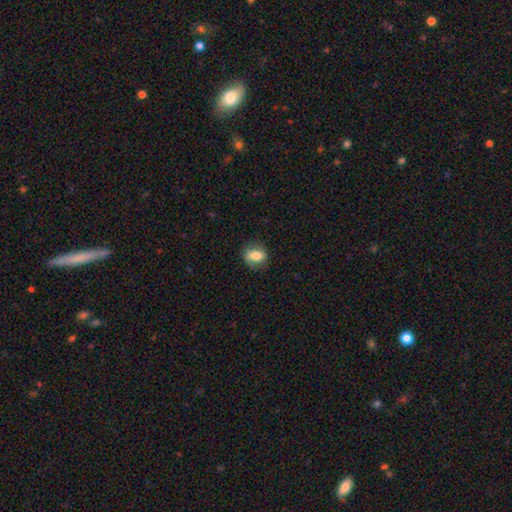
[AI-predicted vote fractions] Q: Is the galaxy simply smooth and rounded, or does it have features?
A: smooth — 67%.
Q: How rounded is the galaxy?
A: in between — 59%.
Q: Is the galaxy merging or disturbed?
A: none — 76%.